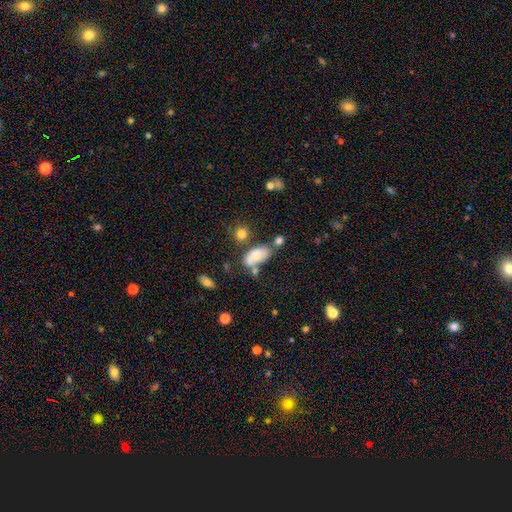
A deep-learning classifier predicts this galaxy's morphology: Smooth or featured?
  - smooth: 62% *
  - featured or disk: 29%
  - star or artifact: 9%
How rounded?
  - in between: 90% *
  - round: 7%
  - cigar-shaped: 4%
Merging?
  - none: 38% *
  - merger: 28%
  - minor disturbance: 22%
  - major disturbance: 12%